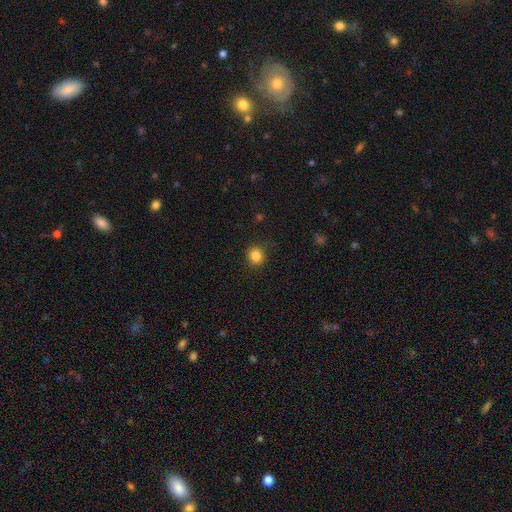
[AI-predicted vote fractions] This is clearly a smooth galaxy (84%). How rounded: clearly round (89%). Merging: clearly none (88%).